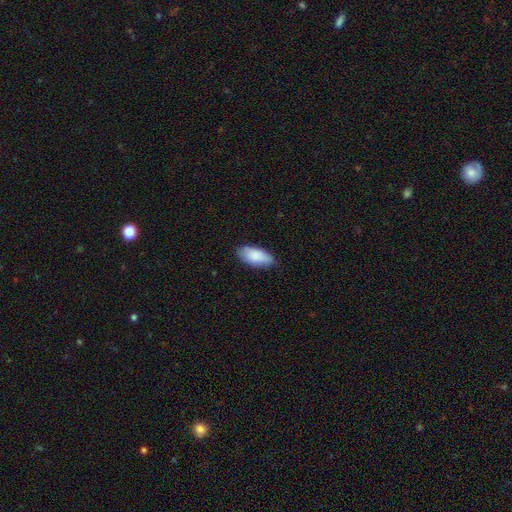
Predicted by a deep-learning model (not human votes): Smooth or featured?
  - smooth: 84% *
  - featured or disk: 10%
  - star or artifact: 6%
How rounded?
  - in between: 90% *
  - cigar-shaped: 8%
  - round: 2%
Merging?
  - none: 80% *
  - minor disturbance: 17%
  - major disturbance: 3%
  - merger: 1%